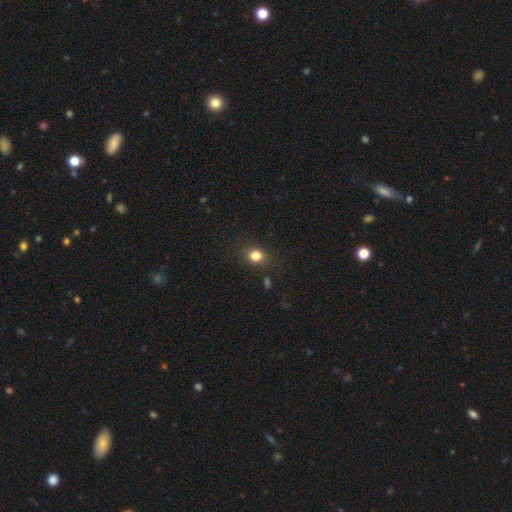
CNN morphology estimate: The model was most divided on "how rounded": round: 64%, in between: 35%, cigar-shaped: 1%. More confident: merging — none (85%); smooth or featured — smooth (82%).